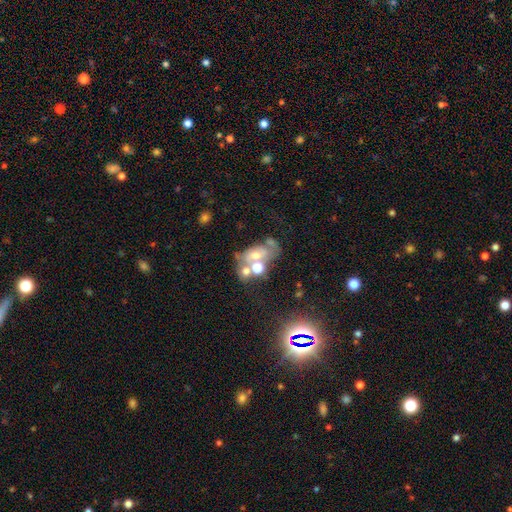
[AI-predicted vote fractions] This is marginally a featured or disk galaxy (43%). Merging: marginally merger (42%).